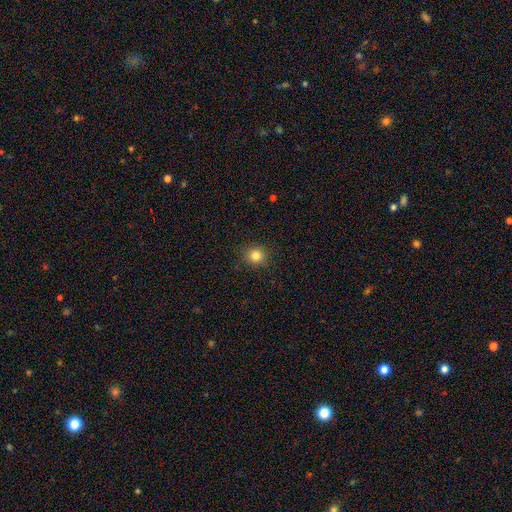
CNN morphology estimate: The model was most divided on "smooth or featured": smooth: 83%, star or artifact: 12%, featured or disk: 5%. More confident: merging — none (91%); how rounded — round (89%).